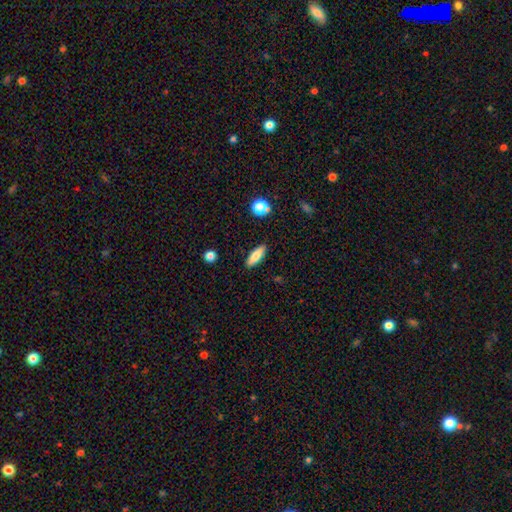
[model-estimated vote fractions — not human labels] The model was most divided on "how rounded": in between: 55%, cigar-shaped: 42%, round: 3%. More confident: merging — none (88%); smooth or featured — smooth (75%).